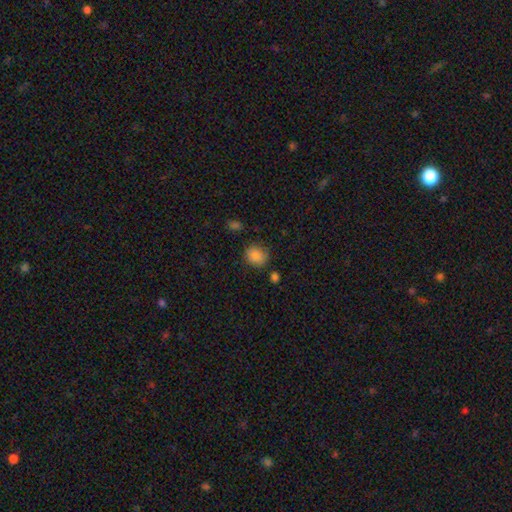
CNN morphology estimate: Smooth or featured?
  - smooth: 86% *
  - star or artifact: 9%
  - featured or disk: 5%
How rounded?
  - round: 80% *
  - in between: 19%
  - cigar-shaped: 1%
Merging?
  - none: 78% *
  - minor disturbance: 15%
  - major disturbance: 4%
  - merger: 3%